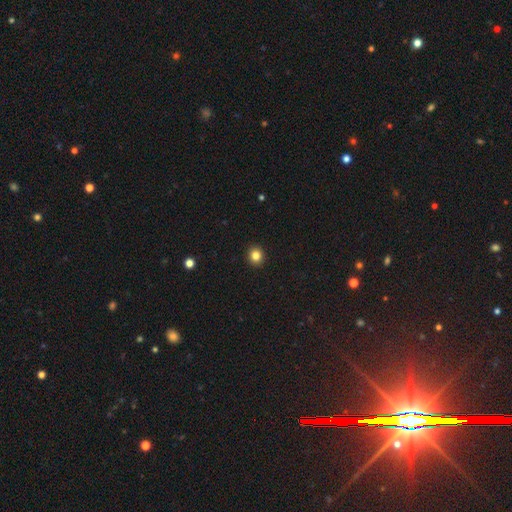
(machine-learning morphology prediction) This is clearly a smooth galaxy (83%). How rounded: clearly round (83%). Merging: clearly none (93%).